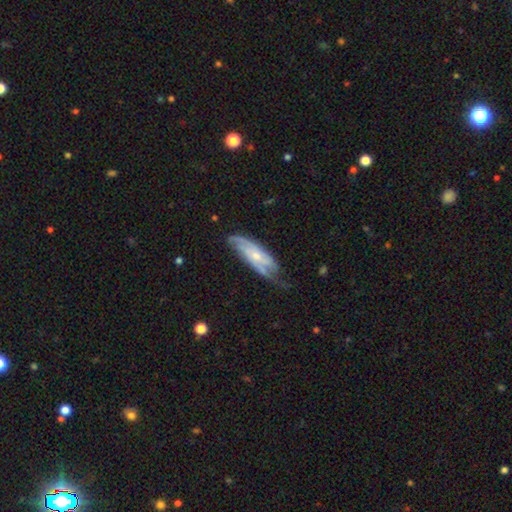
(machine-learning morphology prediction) This appears to be a featured or disk galaxy (77%) with no bar (64%), 2 (51%) medium (41%) spiral arms (94%) and a small central bulge (66%). Merging: none (62%).